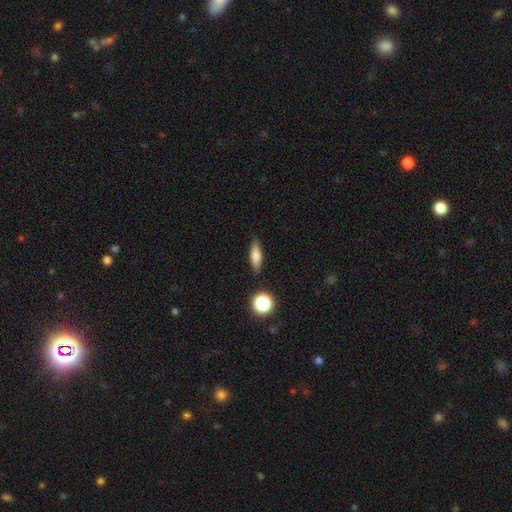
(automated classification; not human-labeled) Smooth or featured?
  - smooth: 71% *
  - featured or disk: 19%
  - star or artifact: 9%
How rounded?
  - cigar-shaped: 54% *
  - in between: 40%
  - round: 6%
Merging?
  - none: 87% *
  - minor disturbance: 9%
  - major disturbance: 2%
  - merger: 2%